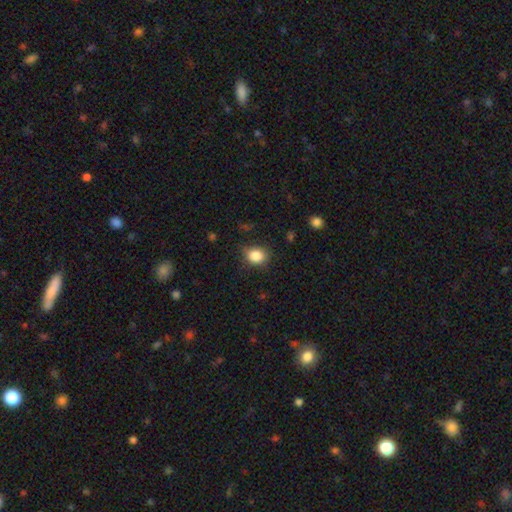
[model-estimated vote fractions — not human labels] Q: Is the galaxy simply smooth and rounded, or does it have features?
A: smooth — 85%.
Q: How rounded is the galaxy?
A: round — 59%.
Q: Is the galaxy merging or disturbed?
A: none — 75%.